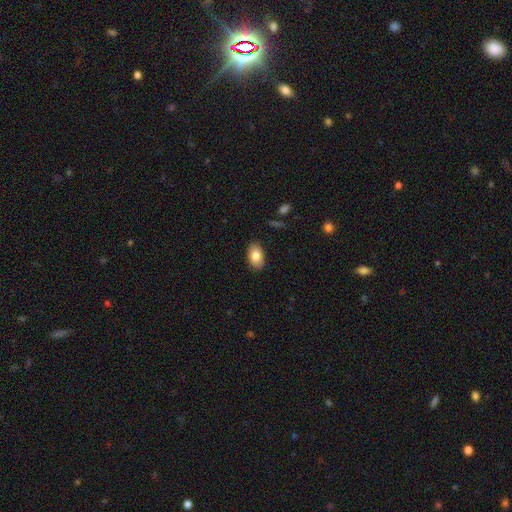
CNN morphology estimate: Overall: smooth (82%). How rounded: in between (91%). Merging: none (88%).